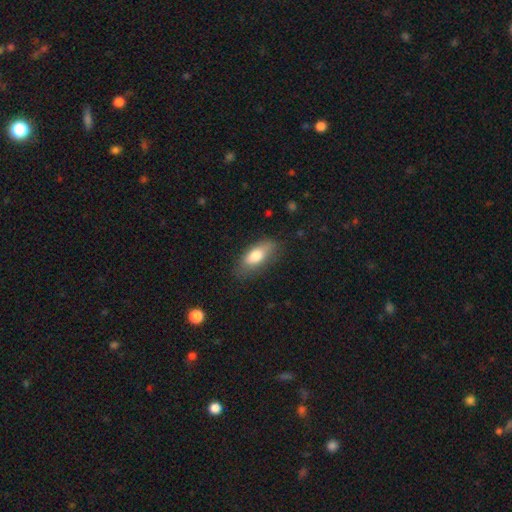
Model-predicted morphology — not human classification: smooth-or-featured: smooth: 75% | featured or disk: 18% | star or artifact: 7%
  how-rounded: in between: 80% | cigar-shaped: 17% | round: 4%
  merging: none: 75% | minor disturbance: 18% | major disturbance: 5% | merger: 1%